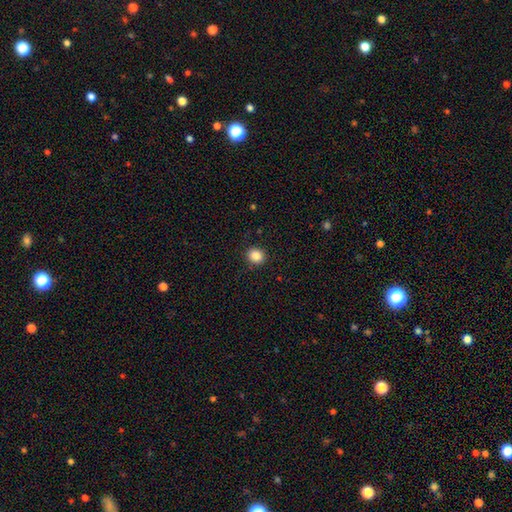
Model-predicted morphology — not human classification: smooth-or-featured: smooth: 87% | star or artifact: 10% | featured or disk: 3%
  how-rounded: round: 83% | in between: 17% | cigar-shaped: 1%
  merging: none: 91% | minor disturbance: 6% | major disturbance: 2% | merger: 1%